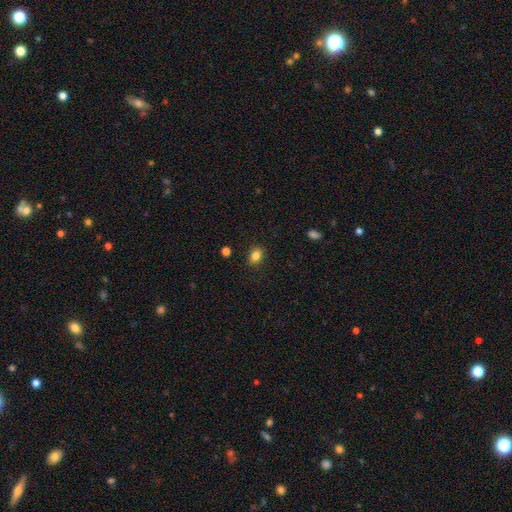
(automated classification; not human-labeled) Smooth or featured: smooth — 84% (star or artifact — 10%)
How rounded: in between — 73% (round — 26%)
Merging: none — 88% (minor disturbance — 9%)